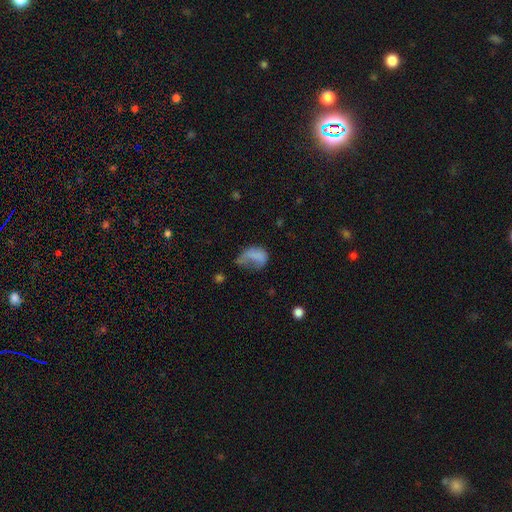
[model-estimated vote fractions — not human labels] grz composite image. It shows a smooth galaxy with no disk features (64%) that is in between round and cigar-shaped (76%). Merging: major disturbance (51%).